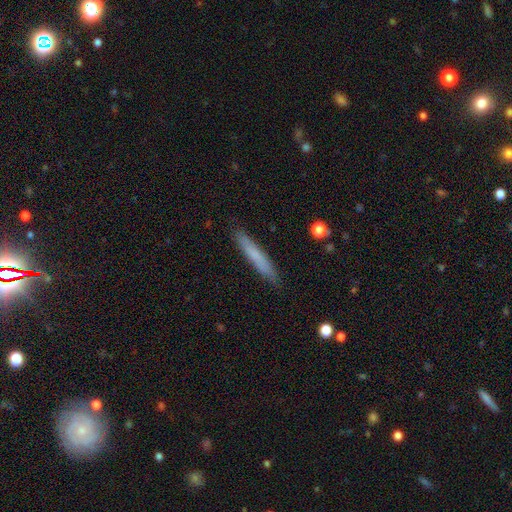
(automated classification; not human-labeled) smooth_or_featured: smooth (p=0.70) [alt: featured or disk p=0.23]
how_rounded: cigar-shaped (p=0.95) [alt: in between p=0.04]
merging: none (p=0.89) [alt: minor disturbance p=0.08]